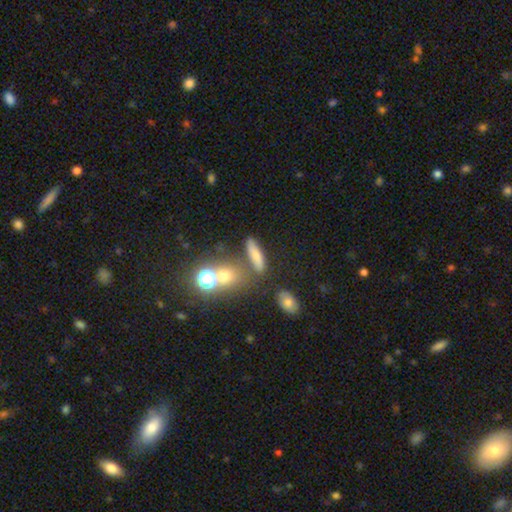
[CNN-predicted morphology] This appears to be a smooth galaxy with no disk features (66%) that is cigar-shaped (55%). Merging: none (64%).